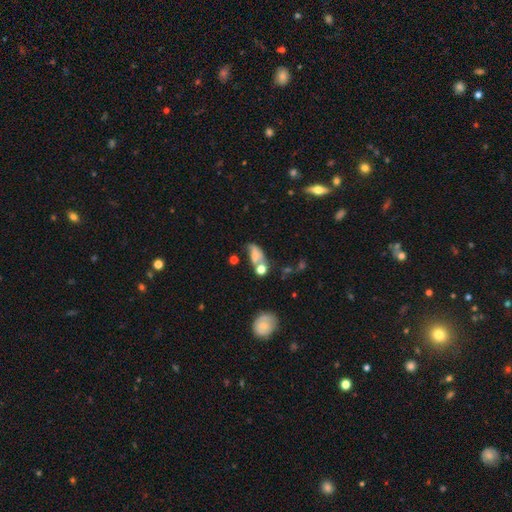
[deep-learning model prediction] Smooth or featured? smooth (58%)
How rounded? in between (73%)
Merging? merger (31%)